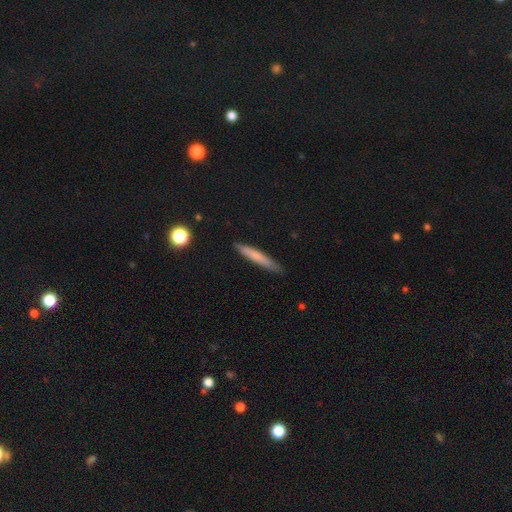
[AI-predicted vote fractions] A smooth galaxy with no disk features (70%) that is cigar-shaped (94%).

Vote fractions:
- Smooth or featured? smooth: 70% / featured or disk: 23% / star or artifact: 7%
- How rounded? cigar-shaped: 94% / in between: 5% / round: 1%
- Merging? none: 86% / minor disturbance: 11% / major disturbance: 2% / merger: 1%